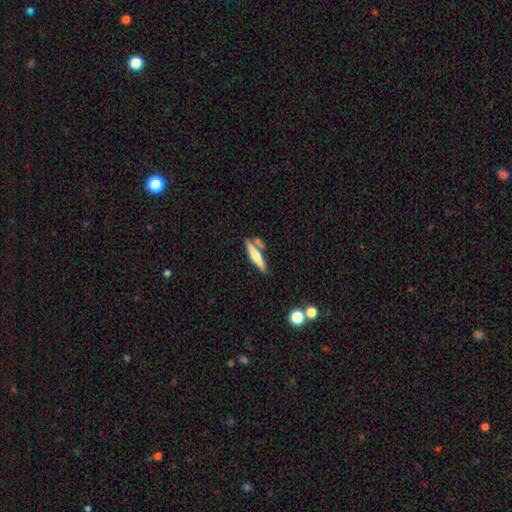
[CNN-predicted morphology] type=smooth (48%); merging=none (70%).